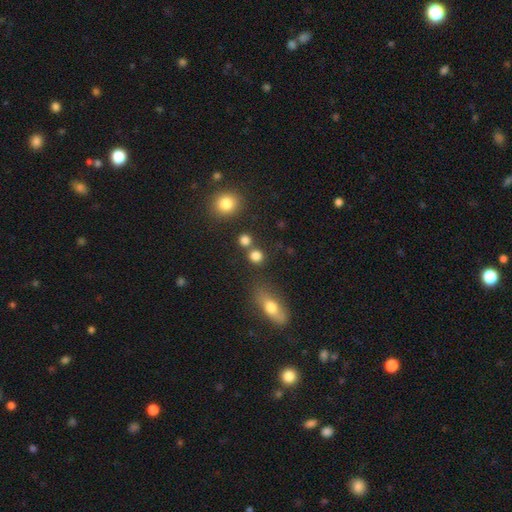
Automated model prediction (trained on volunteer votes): Smooth or featured?
  - smooth: 81% *
  - star or artifact: 13%
  - featured or disk: 6%
How rounded?
  - round: 86% *
  - in between: 13%
  - cigar-shaped: 2%
Merging?
  - none: 67% *
  - merger: 21%
  - minor disturbance: 8%
  - major disturbance: 4%